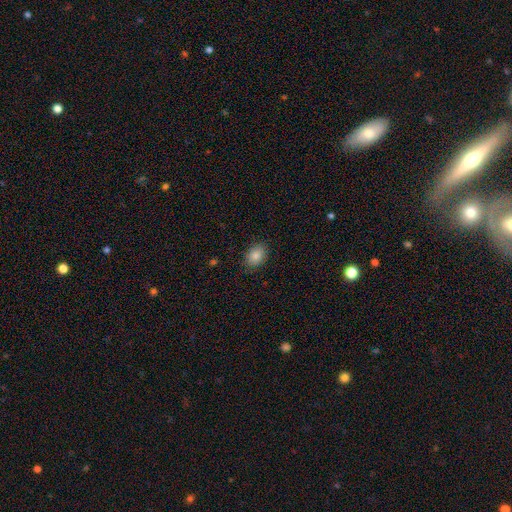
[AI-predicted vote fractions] This appears to be a smooth galaxy with no disk features (86%) that is in between round and cigar-shaped (76%). Merging: none (86%).